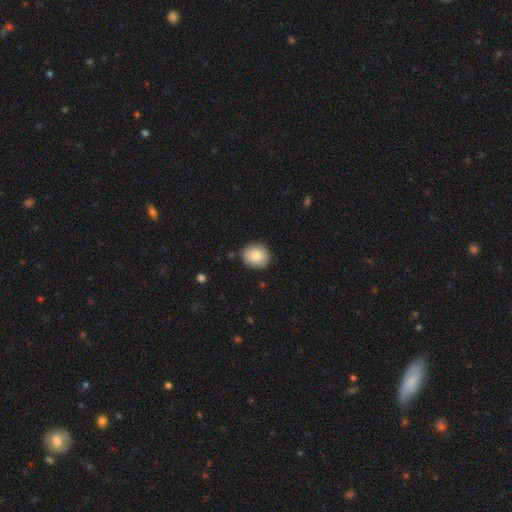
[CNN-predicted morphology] Smooth or featured? smooth (83%)
How rounded? round (71%)
Merging? none (88%)